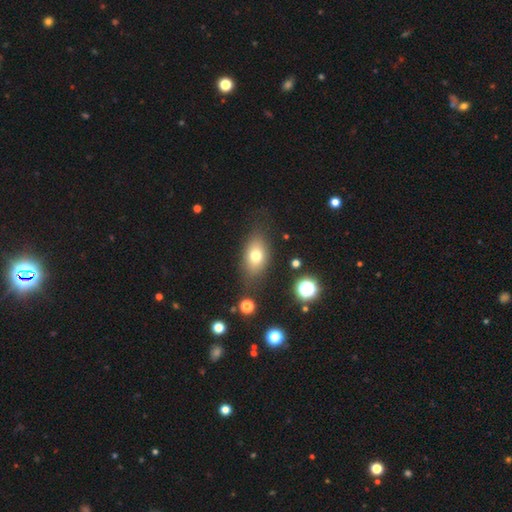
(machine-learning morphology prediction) A smooth galaxy with no disk features (73%) that is in between round and cigar-shaped (83%). Merging: none (76%).